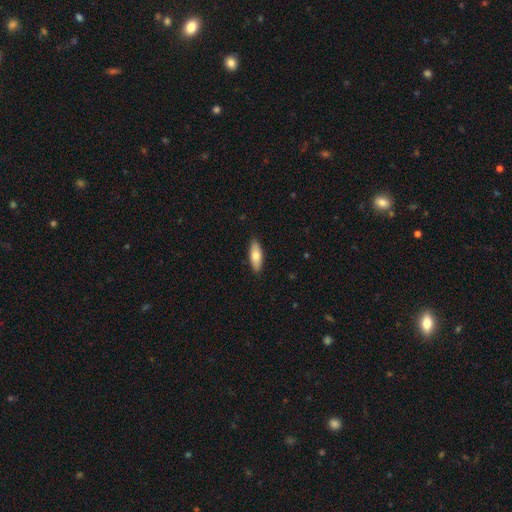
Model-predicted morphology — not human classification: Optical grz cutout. It shows a smooth galaxy with no disk features (73%) that is in between round and cigar-shaped (69%). Merging: none (89%).